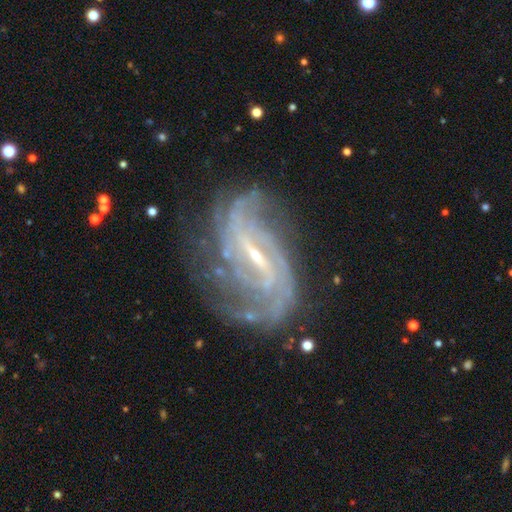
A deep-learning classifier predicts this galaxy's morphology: type=featured or disk (89%); edge-on=no (96%); bar=strong (54%); spiral arms=yes (96%); winding=medium (40%, tied with tight); arm count=2 (29%); bulge=small (76%); merging=none (66%).